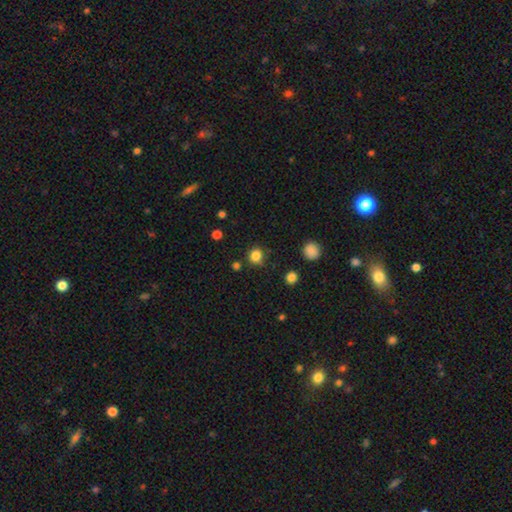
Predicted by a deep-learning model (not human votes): Overall: smooth (83%). How rounded: round (87%). Merging: none (78%).